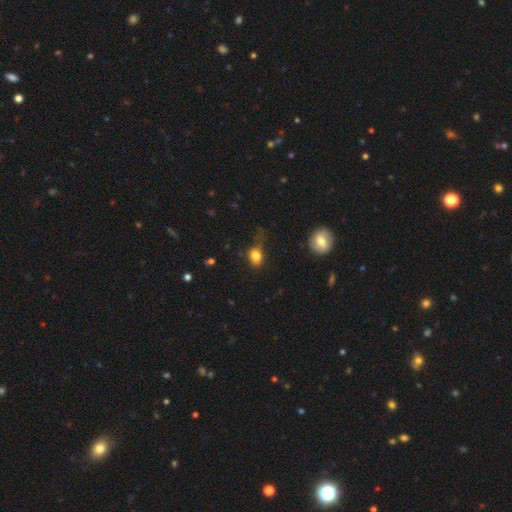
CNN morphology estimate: Smooth or featured? smooth (82%)
How rounded? in between (62%)
Merging? none (45%)